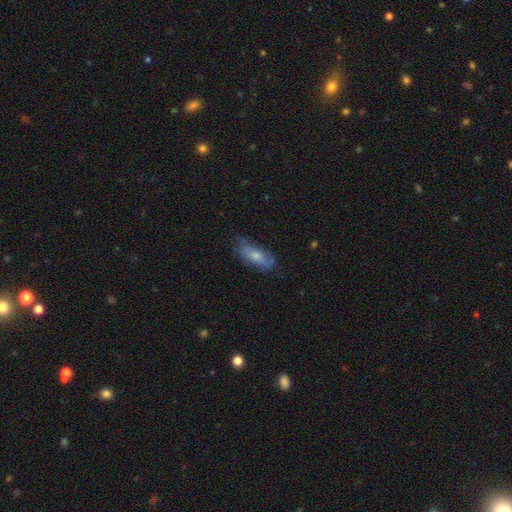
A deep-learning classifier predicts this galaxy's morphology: smooth 54%, featured or disk 38%, star or artifact 7%. Down the decision tree: how rounded — in between (69%); merging — none (59%).